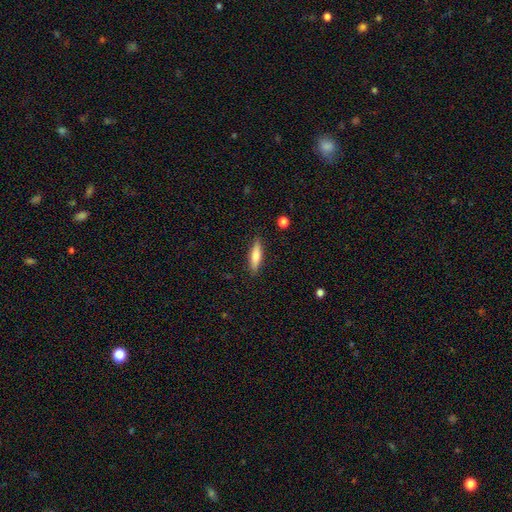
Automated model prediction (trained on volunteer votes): Smooth or featured?
  - smooth: 71% *
  - featured or disk: 22%
  - star or artifact: 6%
How rounded?
  - cigar-shaped: 66% *
  - in between: 32%
  - round: 2%
Merging?
  - none: 87% *
  - minor disturbance: 9%
  - major disturbance: 2%
  - merger: 1%